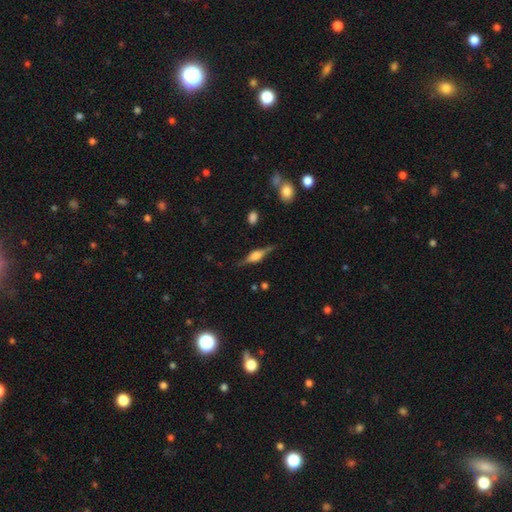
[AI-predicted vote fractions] Smooth or featured: featured or disk — 71% (smooth — 22%)
Edge-on disk: yes — 97% (no — 3%)
Edge-on bulge: rounded — 78% (boxy — 20%)
Merging: none — 82% (minor disturbance — 13%)